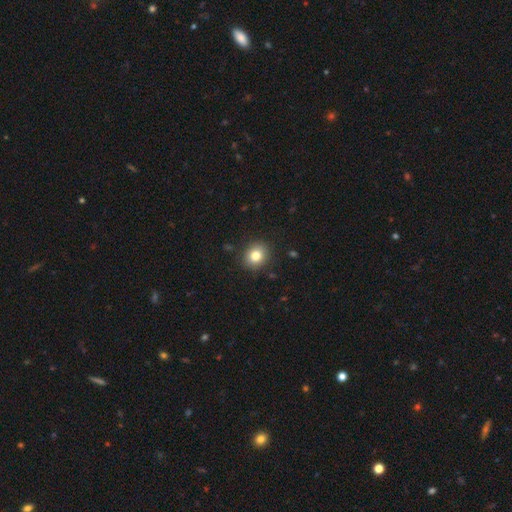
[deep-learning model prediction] smooth_or_featured: smooth (p=0.81) [alt: star or artifact p=0.11]
how_rounded: round (p=0.74) [alt: in between p=0.25]
merging: none (p=0.89) [alt: minor disturbance p=0.07]